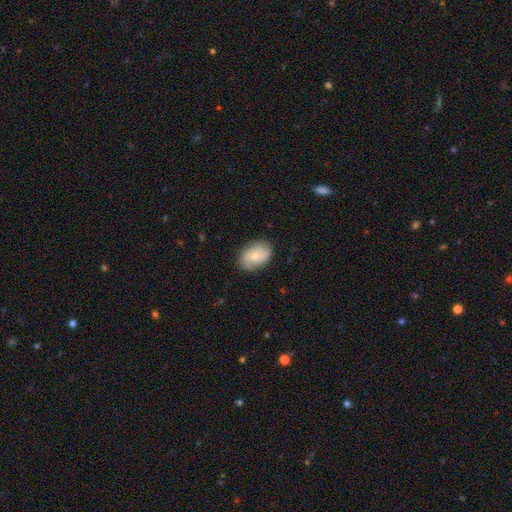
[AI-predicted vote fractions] smooth 50%, featured or disk 43%, star or artifact 7%. Down the decision tree: how rounded — in between (77%); merging — none (81%).